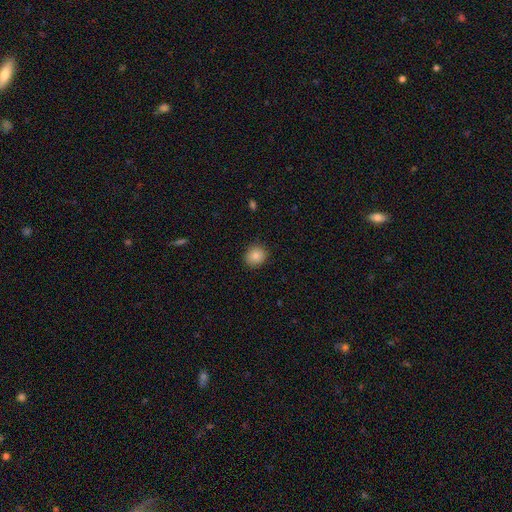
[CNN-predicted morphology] smooth_or_featured: smooth (p=0.85) [alt: star or artifact p=0.10]
how_rounded: round (p=0.77) [alt: in between p=0.22]
merging: none (p=0.89) [alt: minor disturbance p=0.08]